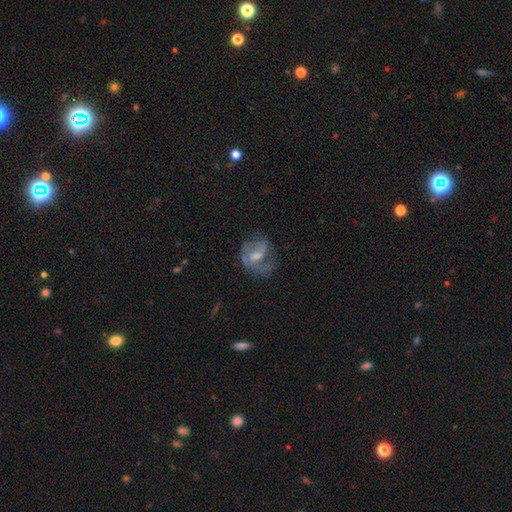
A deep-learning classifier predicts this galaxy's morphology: Smooth or featured?
  - featured or disk: 61% *
  - smooth: 27%
  - star or artifact: 11%
Edge-on disk?
  - no: 96% *
  - yes: 4%
Bar?
  - weak: 46% *
  - no: 41%
  - strong: 13%
Spiral arms?
  - yes: 71% *
  - no: 29%
Bulge size?
  - moderate: 48% *
  - small: 30%
  - none: 13%
  - large: 7%
  - dominant: 1%
Merging?
  - none: 52% *
  - minor disturbance: 23%
  - major disturbance: 23%
  - merger: 2%